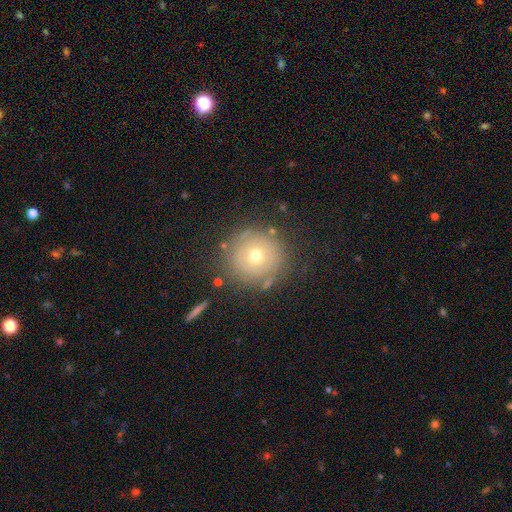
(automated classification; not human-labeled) The model was most divided on "smooth or featured": smooth: 59%, featured or disk: 26%, star or artifact: 15%. More confident: how rounded — round (94%); merging — none (81%).